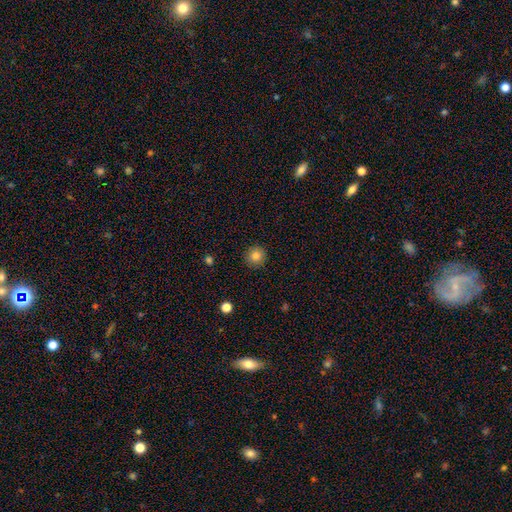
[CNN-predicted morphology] Q: Smooth or featured?
A: smooth (84%); runner-up: star or artifact (11%)
Q: How rounded?
A: round (91%); runner-up: in between (8%)
Q: Merging?
A: none (91%); runner-up: minor disturbance (6%)